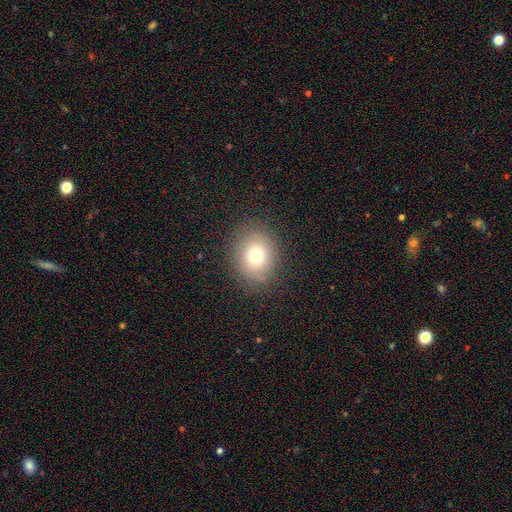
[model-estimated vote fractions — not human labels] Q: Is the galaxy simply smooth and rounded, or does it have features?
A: smooth — 74%.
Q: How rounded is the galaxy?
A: round — 71%.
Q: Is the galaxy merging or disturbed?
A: none — 85%.